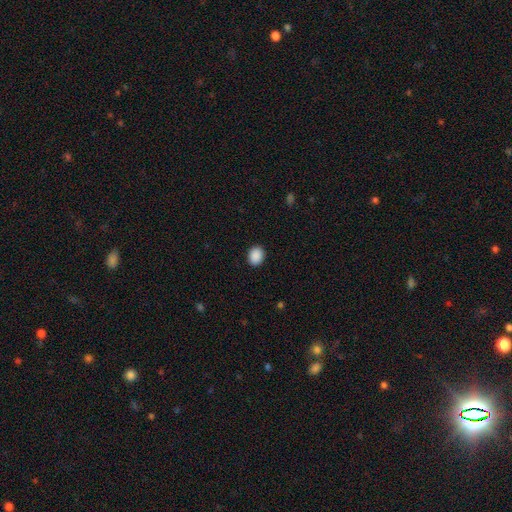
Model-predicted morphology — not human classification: This appears to be a smooth galaxy with no disk features (90%) that is in between round and cigar-shaped (56%). Merging: none (90%).